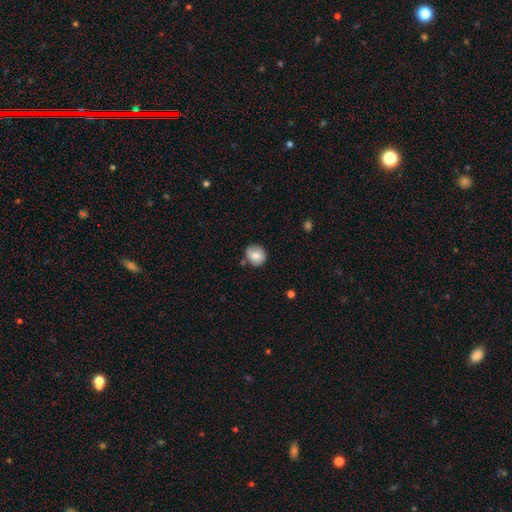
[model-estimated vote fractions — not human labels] Smooth or featured: smooth — 74% (featured or disk — 18%)
How rounded: round — 76% (in between — 23%)
Merging: none — 73% (minor disturbance — 19%)